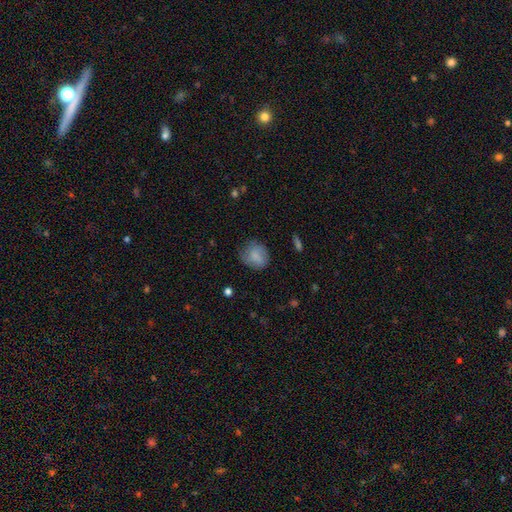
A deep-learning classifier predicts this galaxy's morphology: A smooth galaxy with no disk features (79%) that is round (75%).

Vote fractions:
- Smooth or featured? smooth: 79% / featured or disk: 14% / star or artifact: 8%
- How rounded? round: 75% / in between: 23% / cigar-shaped: 1%
- Merging? none: 71% / minor disturbance: 21% / major disturbance: 6% / merger: 1%